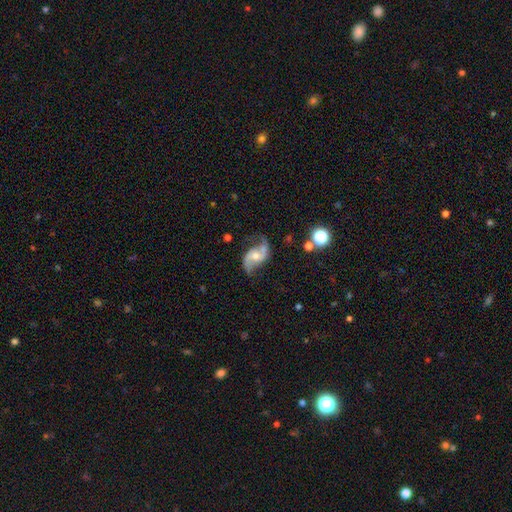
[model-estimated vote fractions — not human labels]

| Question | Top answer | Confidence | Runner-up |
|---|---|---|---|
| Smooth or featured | featured or disk | 86% | smooth (8%) |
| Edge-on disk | no | 97% | yes (3%) |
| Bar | no | 54% | weak (34%) |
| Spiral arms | yes | 96% | no (4%) |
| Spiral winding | loose | 64% | medium (29%) |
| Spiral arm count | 2 | 93% | can't tell (2%) |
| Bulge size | moderate | 58% | small (35%) |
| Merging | none | 73% | minor disturbance (17%) |